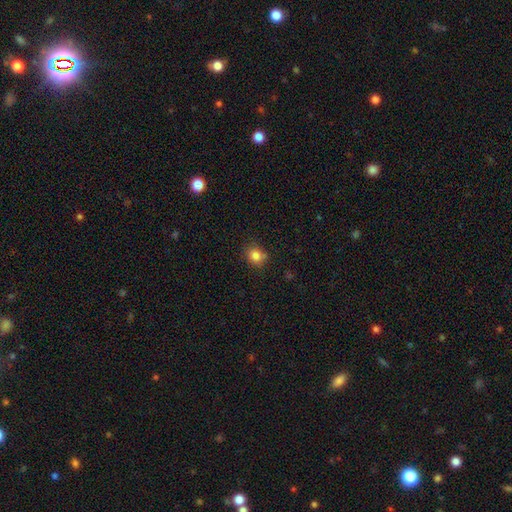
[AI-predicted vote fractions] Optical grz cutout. It shows a smooth galaxy with no disk features (83%) that is round (75%). Merging: none (77%).